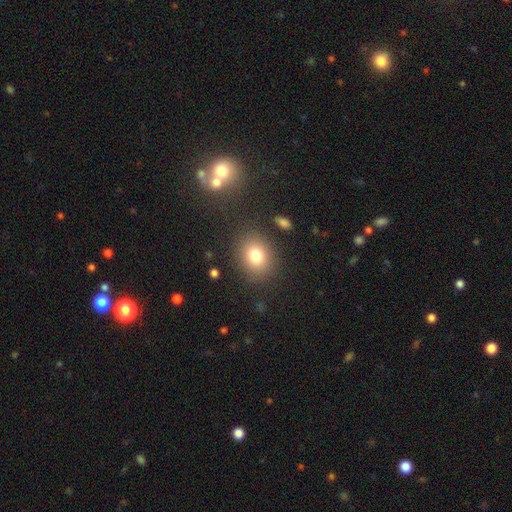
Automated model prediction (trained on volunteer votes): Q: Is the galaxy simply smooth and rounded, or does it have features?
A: smooth — 78%.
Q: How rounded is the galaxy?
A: round — 61%.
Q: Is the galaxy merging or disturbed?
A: none — 85%.